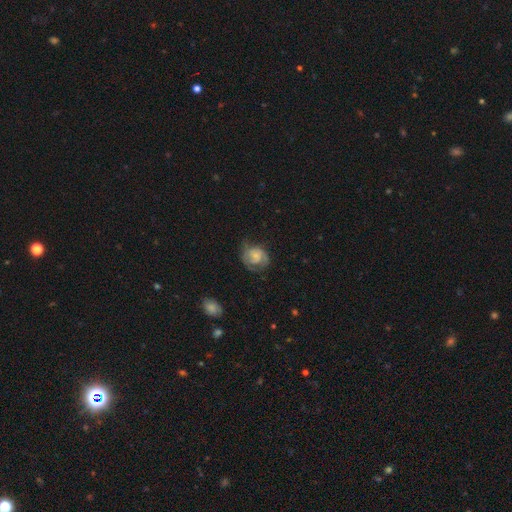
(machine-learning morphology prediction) This is possibly a featured or disk galaxy (53%). It is clearly not viewed edge-on (97%). Bar: likely no (68%). Spiral arm pattern: likely yes (76%). Central bulge: possibly small (47%). Merging: possibly none (49%).